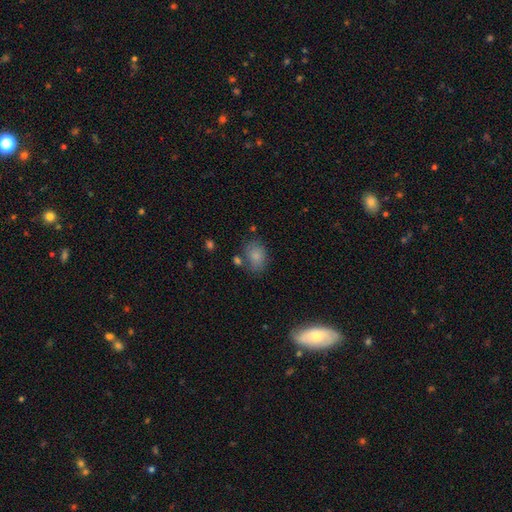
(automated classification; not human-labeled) A smooth galaxy with no disk features (83%) that is in between round and cigar-shaped (75%). Merging: none (63%).